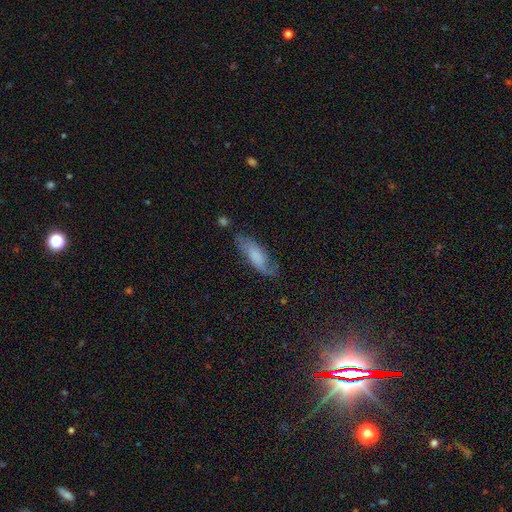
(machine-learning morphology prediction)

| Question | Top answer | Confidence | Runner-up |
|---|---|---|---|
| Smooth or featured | featured or disk | 49% | smooth (39%) |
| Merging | none | 67% | minor disturbance (22%) |